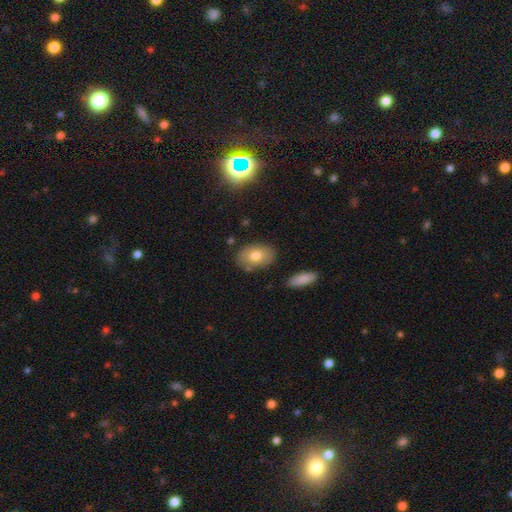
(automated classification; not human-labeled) smooth_or_featured: smooth (p=0.75) [alt: featured or disk p=0.17]
how_rounded: in between (p=0.86) [alt: round p=0.13]
merging: none (p=0.79) [alt: minor disturbance p=0.13]